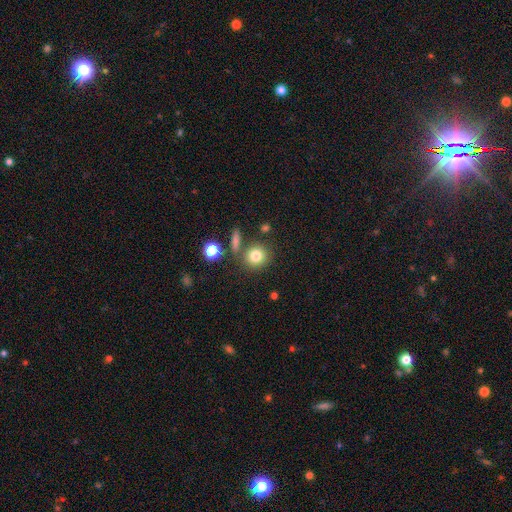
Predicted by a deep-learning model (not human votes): A smooth galaxy with no disk features (80%) that is round (86%). Merging: none (74%).